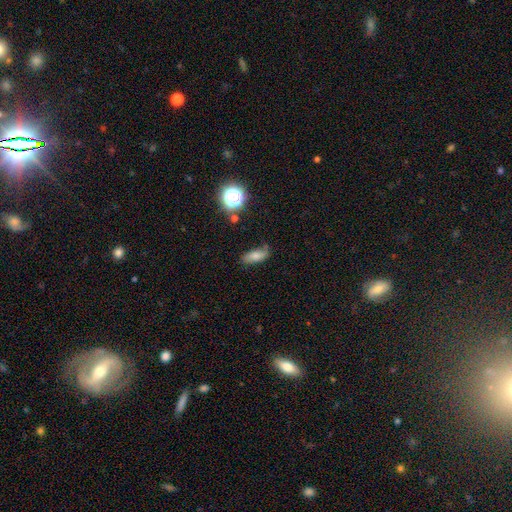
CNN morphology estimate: The model was most divided on "how rounded": in between: 73%, cigar-shaped: 22%, round: 6%. More confident: smooth or featured — smooth (75%); merging — none (73%).